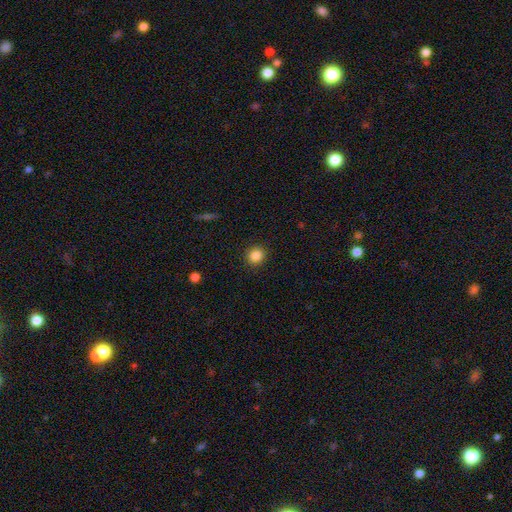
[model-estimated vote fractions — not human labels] A smooth galaxy with no disk features (86%) that is round (90%). Merging: none (91%).